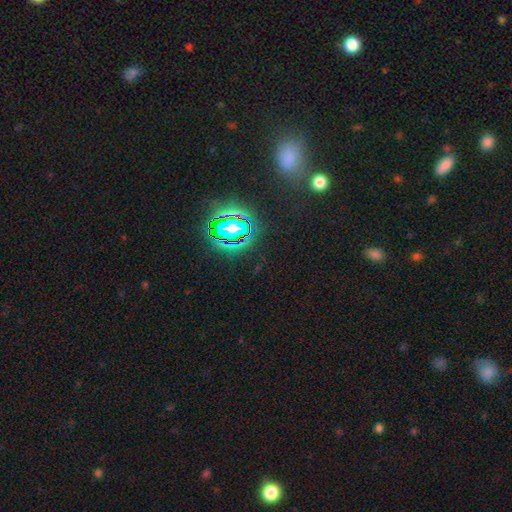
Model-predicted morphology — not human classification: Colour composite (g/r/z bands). It shows a star or artifact, not a galaxy (77%).